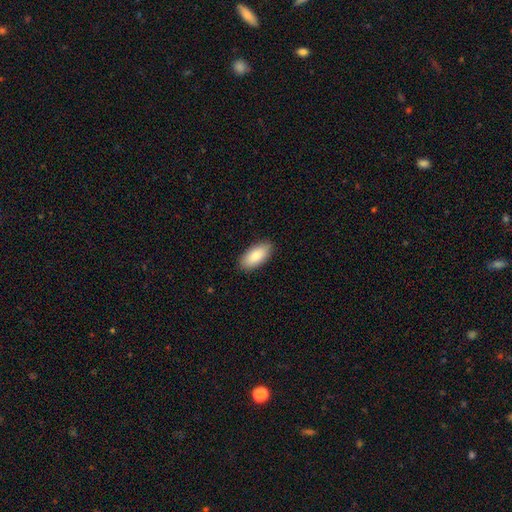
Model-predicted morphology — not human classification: This is clearly a smooth galaxy (85%). How rounded: clearly in between (92%). Merging: clearly none (89%).